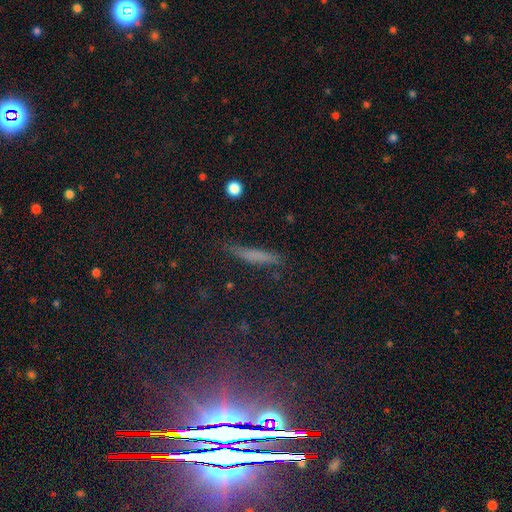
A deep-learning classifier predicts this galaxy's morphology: smooth 64%, featured or disk 22%, star or artifact 14%. Down the decision tree: how rounded — cigar-shaped (92%); merging — none (79%).